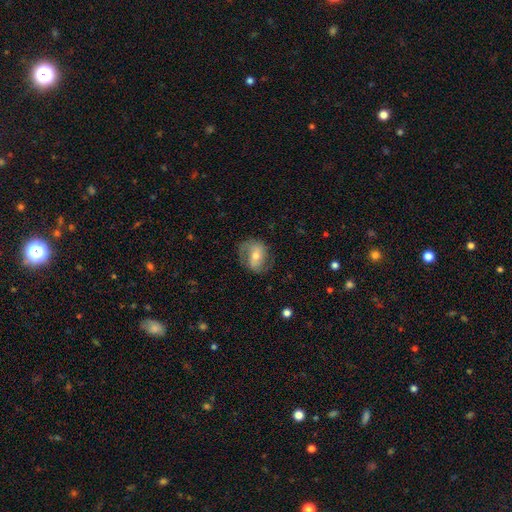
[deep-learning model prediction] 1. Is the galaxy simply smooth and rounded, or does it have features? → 64% featured or disk, 30% smooth, 7% star or artifact.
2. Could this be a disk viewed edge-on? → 96% no, 4% yes.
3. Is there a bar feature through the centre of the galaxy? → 39% weak, 33% no, 28% strong.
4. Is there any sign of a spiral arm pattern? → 83% yes, 17% no.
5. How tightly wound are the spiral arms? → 46% medium, 30% loose, 23% tight.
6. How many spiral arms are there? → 83% 2, 9% can't tell, 5% 1, 1% 3, 1% 4, 1% more than 4.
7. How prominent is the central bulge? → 58% moderate, 35% small, 5% large, 2% none, 1% dominant.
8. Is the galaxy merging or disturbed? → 71% none, 18% minor disturbance, 10% major disturbance, 1% merger.